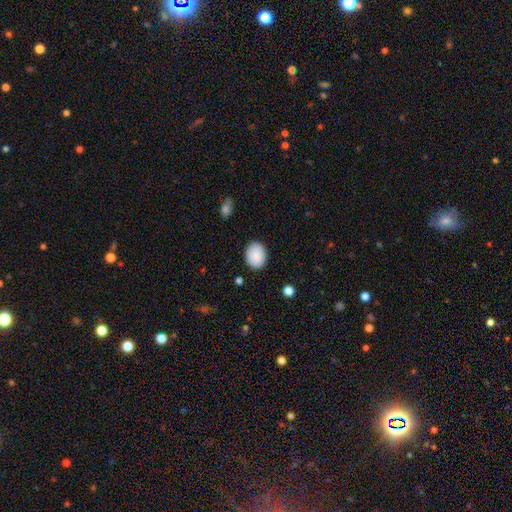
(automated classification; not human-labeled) A smooth galaxy with no disk features (89%) that is in between round and cigar-shaped (65%). Merging: none (87%).